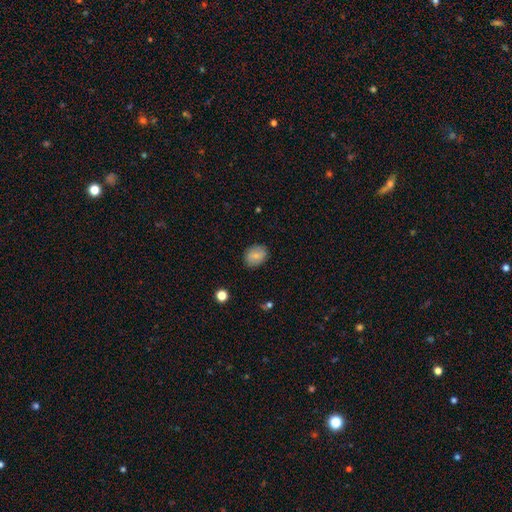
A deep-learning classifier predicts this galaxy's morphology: The model was most divided on "how rounded": in between: 54%, round: 45%, cigar-shaped: 1%. More confident: merging — none (83%); smooth or featured — smooth (73%).